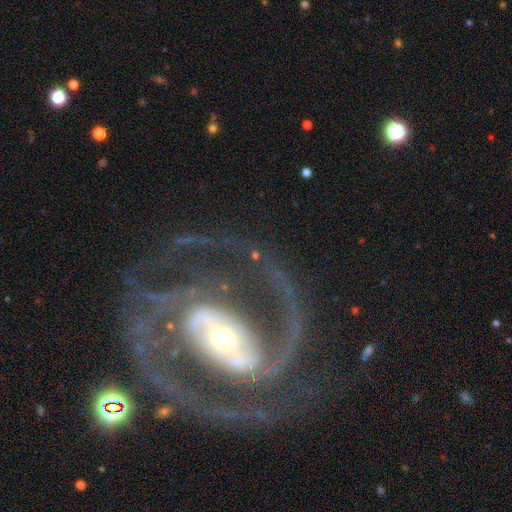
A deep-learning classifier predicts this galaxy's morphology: Overall: featured or disk (81%). Edge-on disk: no (94%). Bar: strong (42%; no 31%). Spiral arms: yes (82%). Spiral arm count: 2 (71%). Spiral winding: medium (41%; loose 37%). Bulge size: moderate (56%; small 32%). Merging: none (53%; major disturbance 28%).